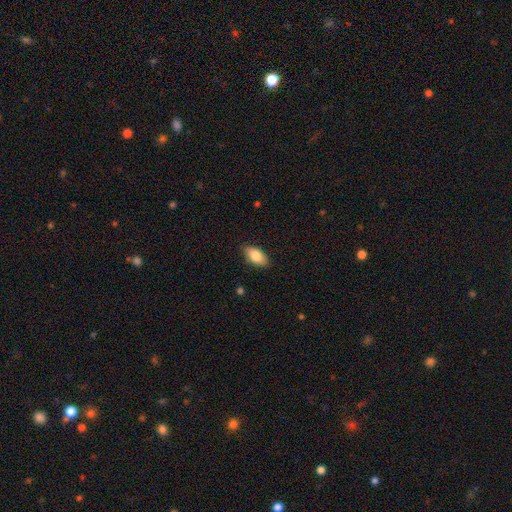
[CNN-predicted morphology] Q: Smooth or featured?
A: smooth (83%); runner-up: featured or disk (10%)
Q: How rounded?
A: in between (91%); runner-up: cigar-shaped (6%)
Q: Merging?
A: none (85%); runner-up: minor disturbance (12%)